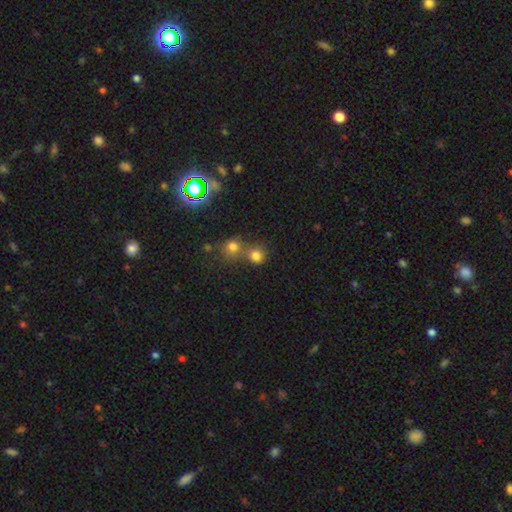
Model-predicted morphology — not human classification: The model was most divided on "merging": none: 55%, merger: 35%, minor disturbance: 7%, major disturbance: 3%. More confident: how rounded — round (86%); smooth or featured — smooth (77%).